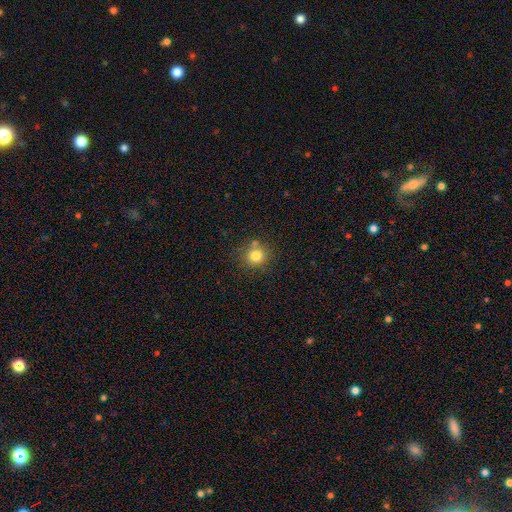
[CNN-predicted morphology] smooth_or_featured: smooth (p=0.79) [alt: star or artifact p=0.13]
how_rounded: round (p=0.89) [alt: in between p=0.10]
merging: none (p=0.74) [alt: minor disturbance p=0.12]